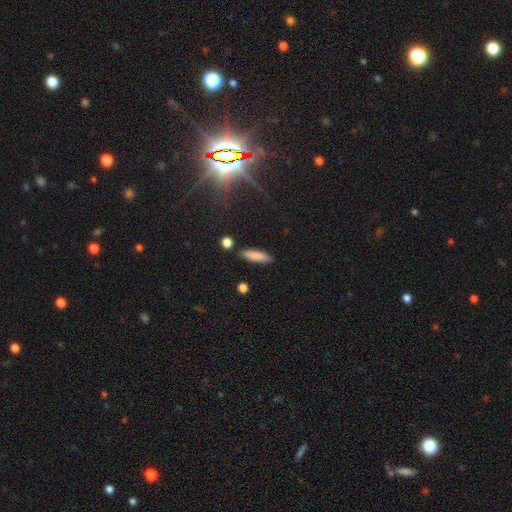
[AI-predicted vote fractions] A smooth galaxy with no disk features (85%) that is cigar-shaped (58%).

Vote fractions:
- Smooth or featured? smooth: 85% / featured or disk: 8% / star or artifact: 7%
- How rounded? cigar-shaped: 58% / in between: 39% / round: 2%
- Merging? none: 85% / minor disturbance: 10% / merger: 3% / major disturbance: 2%